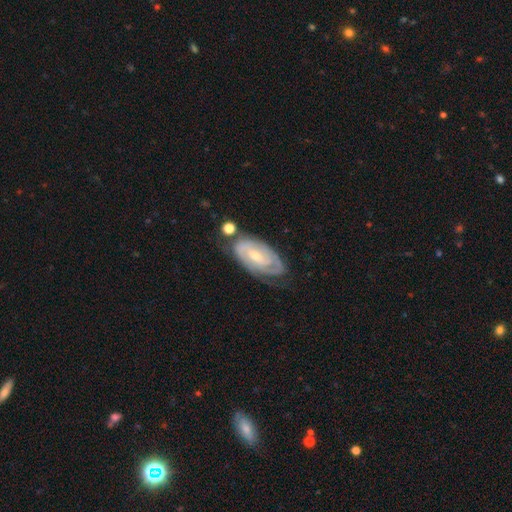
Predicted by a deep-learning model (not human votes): This appears to be a featured or disk galaxy (77%) with a weak bar (44%), 2 (42%) tight (65%) spiral arms (89%) and a small central bulge (55%). Merging: none (61%).